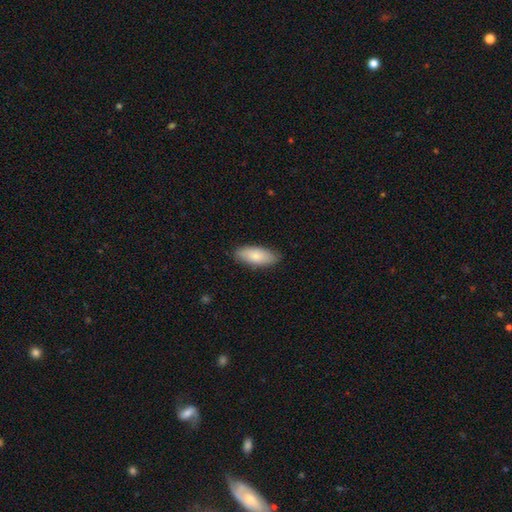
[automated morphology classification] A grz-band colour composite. It shows a smooth galaxy with no disk features (81%) that is in between round and cigar-shaped (81%). Merging: none (84%).